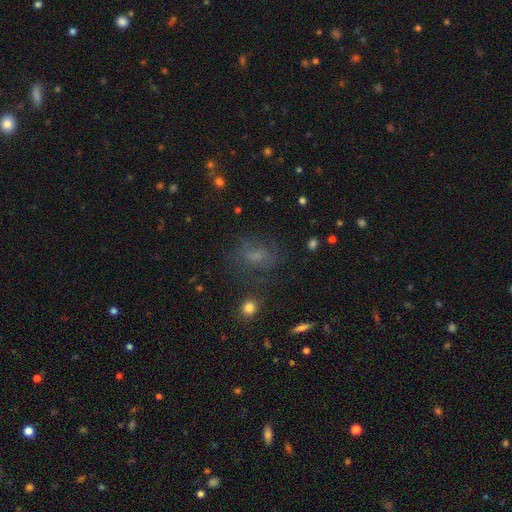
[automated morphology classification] Smooth or featured: smooth — 55% (star or artifact — 25%)
How rounded: in between — 70% (round — 26%)
Merging: none — 65% (minor disturbance — 18%)